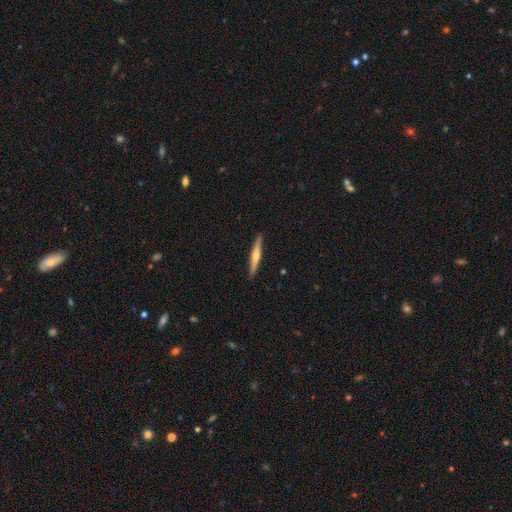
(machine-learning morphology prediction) type=featured or disk (58%); edge-on=yes (97%); edge-on bulge=rounded (82%); merging=none (91%).